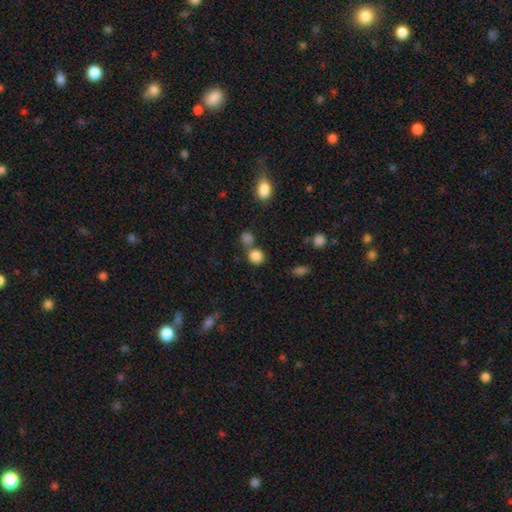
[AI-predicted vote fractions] smooth-or-featured: smooth: 84% | star or artifact: 11% | featured or disk: 5%
  how-rounded: round: 83% | in between: 16% | cigar-shaped: 1%
  merging: none: 60% | merger: 27% | minor disturbance: 9% | major disturbance: 4%